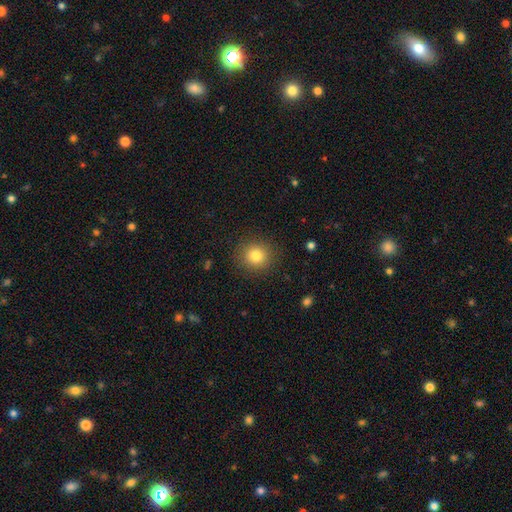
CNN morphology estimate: Smooth or featured? Predicted: smooth (p=0.81). How rounded? Predicted: round (p=0.87). Merging? Predicted: none (p=0.89).